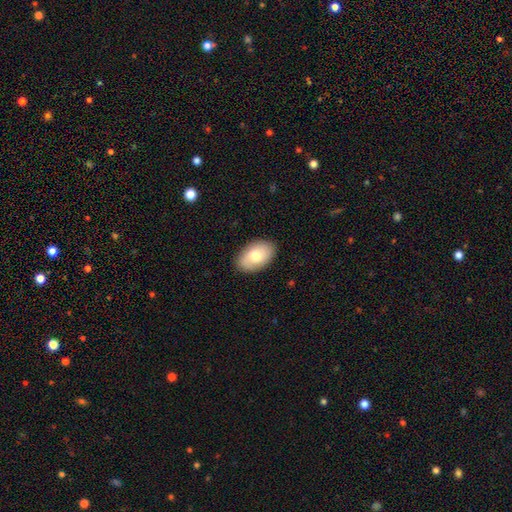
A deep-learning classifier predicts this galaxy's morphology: The model was most divided on "smooth or featured": smooth: 72%, featured or disk: 22%, star or artifact: 6%. More confident: how rounded — in between (91%); merging — none (86%).